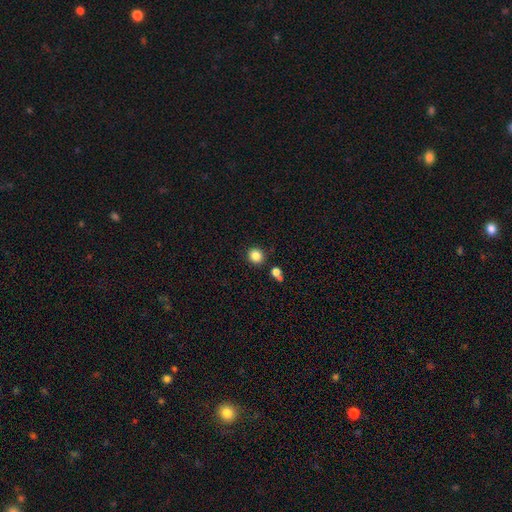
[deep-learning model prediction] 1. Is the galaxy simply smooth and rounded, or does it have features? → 84% smooth, 11% star or artifact, 4% featured or disk.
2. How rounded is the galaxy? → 83% round, 16% in between, 1% cigar-shaped.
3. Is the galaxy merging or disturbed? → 85% none, 8% minor disturbance, 5% merger, 2% major disturbance.